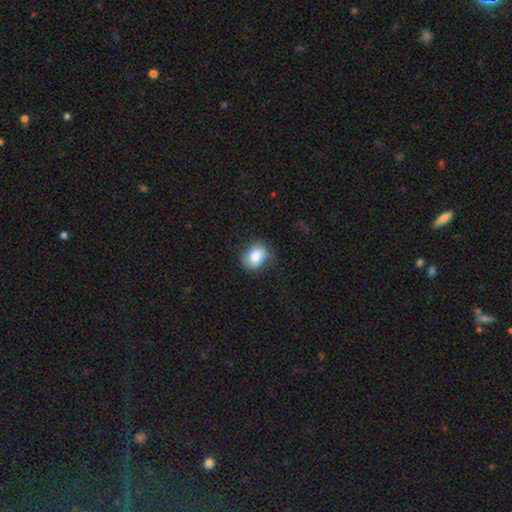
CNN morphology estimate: Smooth or featured?
  - smooth: 81% *
  - featured or disk: 11%
  - star or artifact: 8%
How rounded?
  - in between: 64% *
  - round: 34%
  - cigar-shaped: 1%
Merging?
  - none: 70% *
  - minor disturbance: 23%
  - major disturbance: 6%
  - merger: 2%